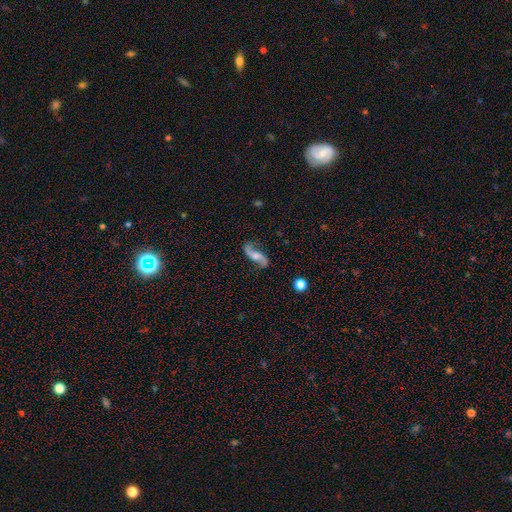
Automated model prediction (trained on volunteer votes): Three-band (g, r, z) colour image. It shows a featured or disk galaxy (83%) with no bar (49%), 2 (94%) loose (85%) spiral arms (96%) and a moderate central bulge (39%). Merging: none (78%).